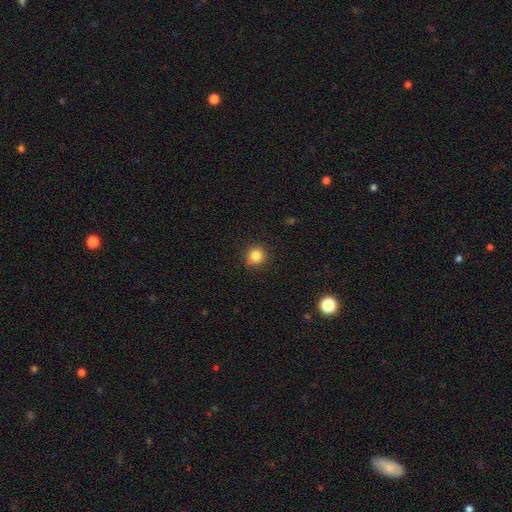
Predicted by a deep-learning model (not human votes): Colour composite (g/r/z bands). It shows a smooth galaxy with no disk features (84%) that is round (92%). Merging: none (88%).